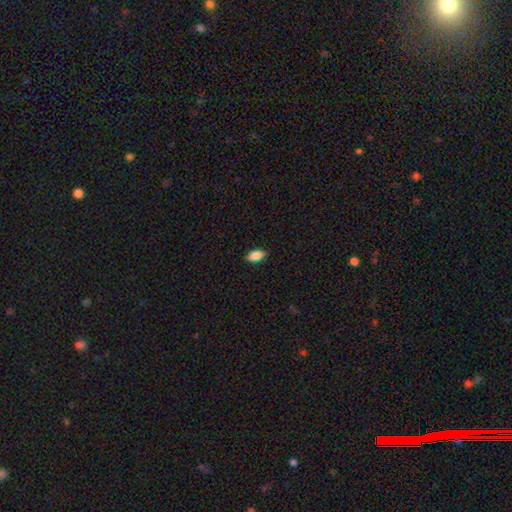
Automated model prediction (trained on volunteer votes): smooth-or-featured: smooth: 86% | star or artifact: 8% | featured or disk: 7%
  how-rounded: in between: 91% | round: 5% | cigar-shaped: 4%
  merging: none: 88% | minor disturbance: 9% | major disturbance: 2% | merger: 1%